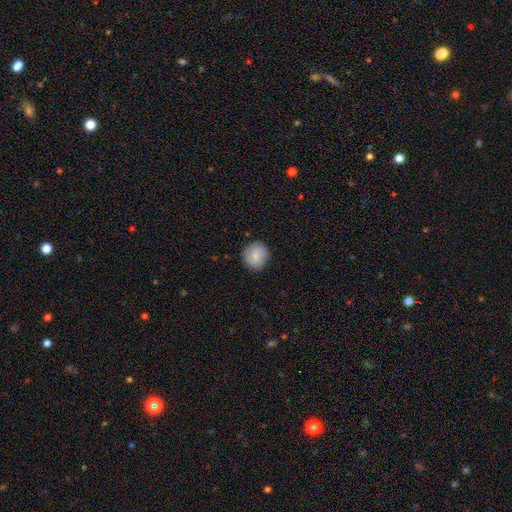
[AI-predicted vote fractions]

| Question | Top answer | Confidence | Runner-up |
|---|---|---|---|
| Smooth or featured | smooth | 73% | featured or disk (20%) |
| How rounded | round | 90% | in between (9%) |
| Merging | none | 87% | minor disturbance (10%) |